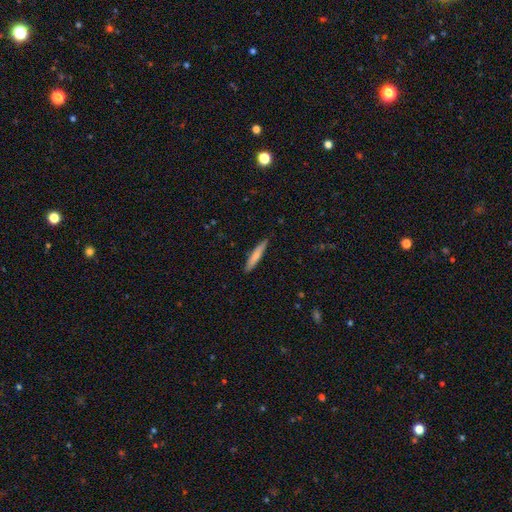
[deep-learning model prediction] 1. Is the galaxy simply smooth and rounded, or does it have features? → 72% smooth, 23% featured or disk, 5% star or artifact.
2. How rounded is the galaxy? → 92% cigar-shaped, 6% in between, 1% round.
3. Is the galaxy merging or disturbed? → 90% none, 8% minor disturbance, 2% major disturbance, 1% merger.